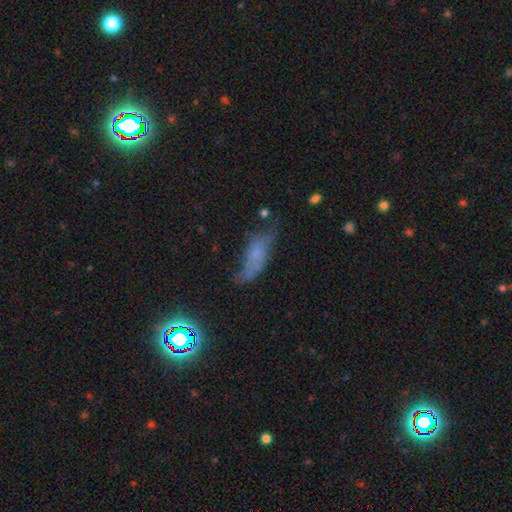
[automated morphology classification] Overall: smooth (51%; featured or disk 31%). How rounded: in between (63%; cigar-shaped 32%). Merging: none (42%; minor disturbance 34%).